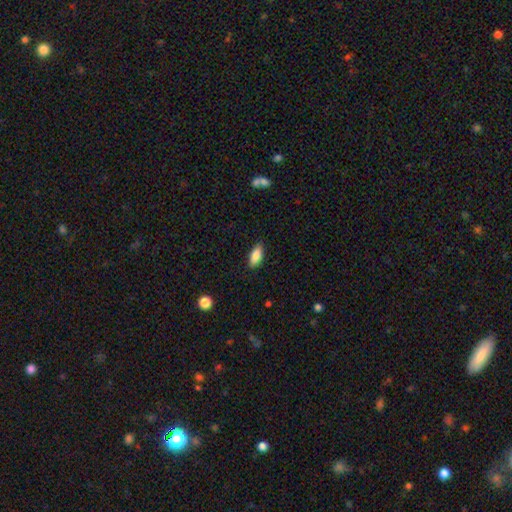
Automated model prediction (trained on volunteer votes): Smooth or featured?
  - smooth: 85% *
  - featured or disk: 8%
  - star or artifact: 7%
How rounded?
  - in between: 83% *
  - cigar-shaped: 14%
  - round: 2%
Merging?
  - none: 85% *
  - minor disturbance: 12%
  - major disturbance: 2%
  - merger: 1%